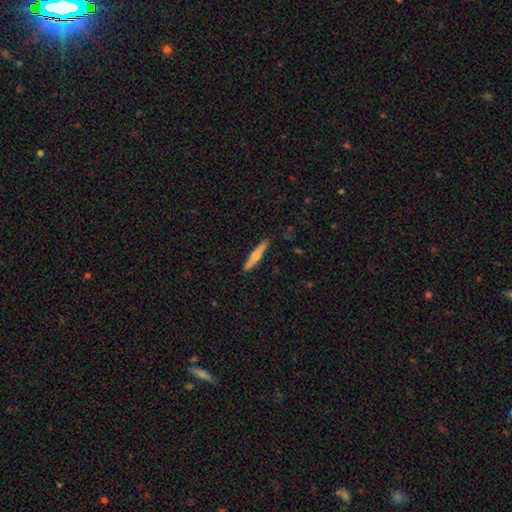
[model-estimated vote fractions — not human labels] Overall: featured or disk (49%; smooth 45%). Merging: none (90%).